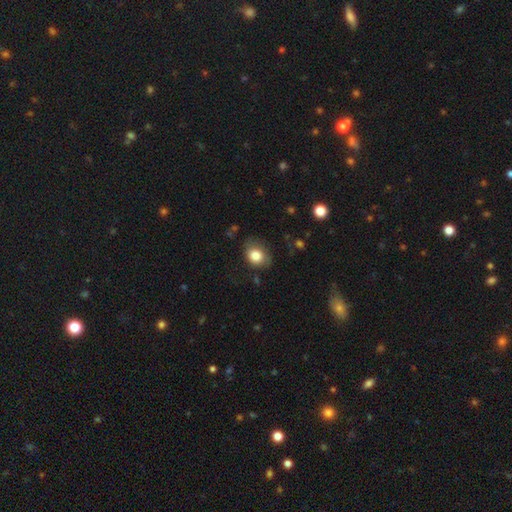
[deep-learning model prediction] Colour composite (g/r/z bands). It shows a smooth galaxy with no disk features (82%) that is round (50%). Merging: none (67%).